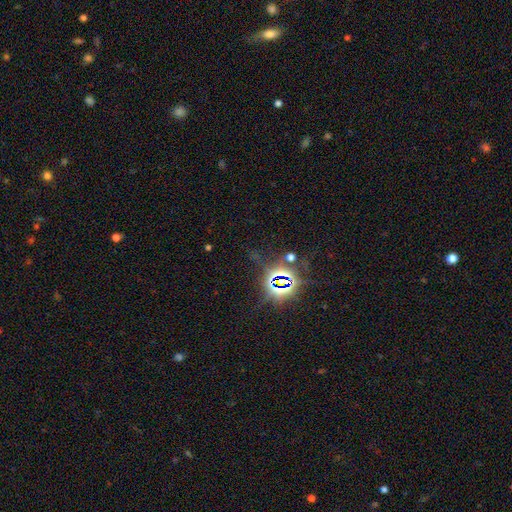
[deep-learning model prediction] star or artifact 84%, smooth 8%, featured or disk 7%.